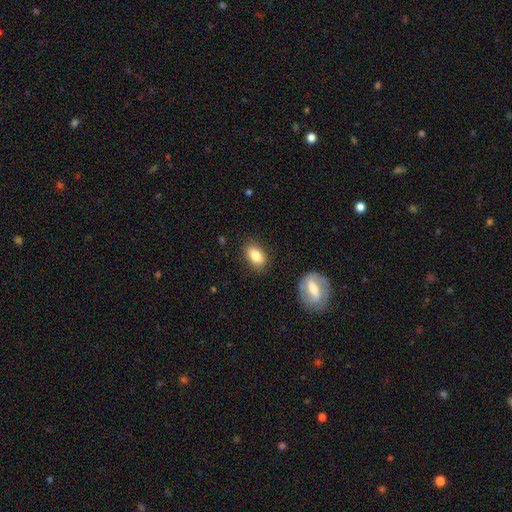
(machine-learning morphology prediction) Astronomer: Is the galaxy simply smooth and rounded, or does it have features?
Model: smooth — 82%.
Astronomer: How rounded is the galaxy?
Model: in between — 87%.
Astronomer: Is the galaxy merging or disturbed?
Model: none — 83%.